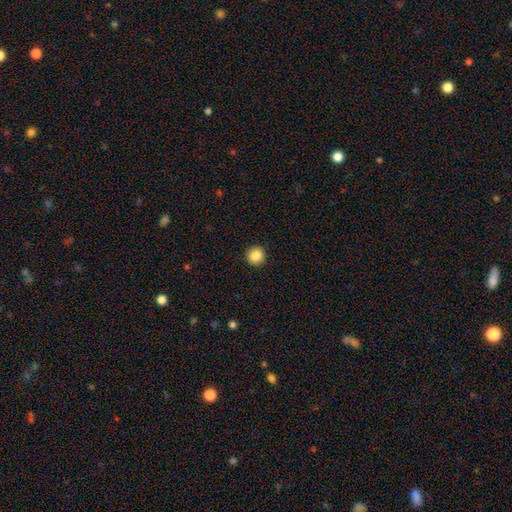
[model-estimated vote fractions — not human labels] Smooth or featured? Predicted: smooth (p=0.87). How rounded? Predicted: round (p=0.95). Merging? Predicted: none (p=0.93).